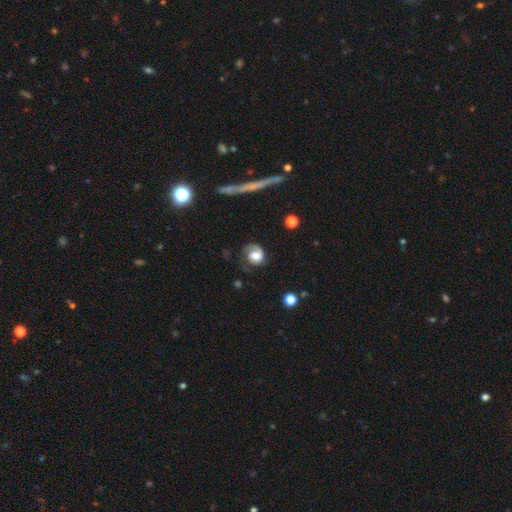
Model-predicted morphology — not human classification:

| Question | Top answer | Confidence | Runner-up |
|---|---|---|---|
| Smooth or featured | featured or disk | 62% | smooth (30%) |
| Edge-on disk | no | 97% | yes (3%) |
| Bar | no | 68% | weak (26%) |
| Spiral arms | yes | 90% | no (10%) |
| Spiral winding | medium | 40% | tight (37%) |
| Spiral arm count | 1 | 51% | 2 (40%) |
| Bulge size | large | 45% | moderate (31%) |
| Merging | none | 54% | minor disturbance (23%) |